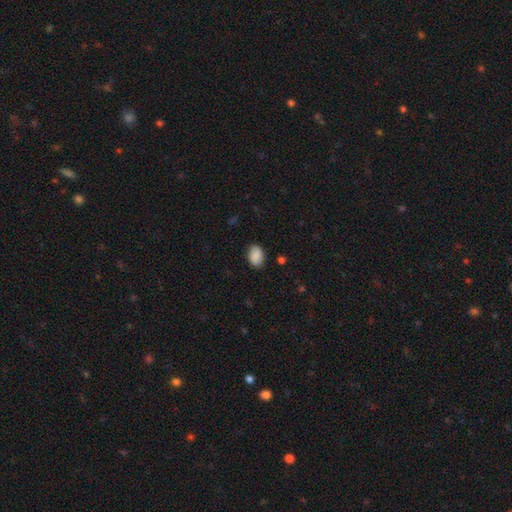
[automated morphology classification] Smooth or featured: smooth — 87% (star or artifact — 7%)
How rounded: in between — 84% (round — 15%)
Merging: none — 84% (minor disturbance — 12%)